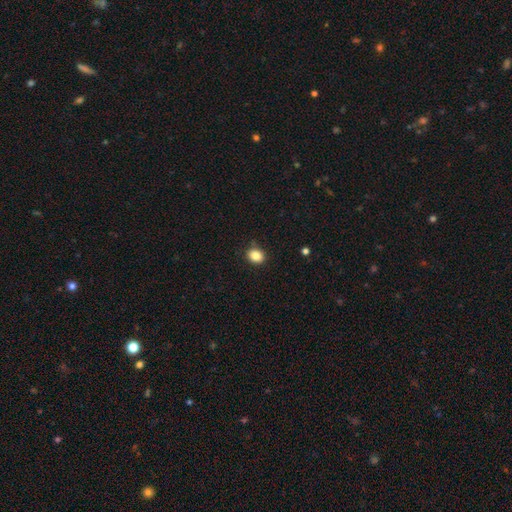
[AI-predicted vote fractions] This is clearly a smooth galaxy (86%). How rounded: possibly round (55%). Merging: clearly none (85%).